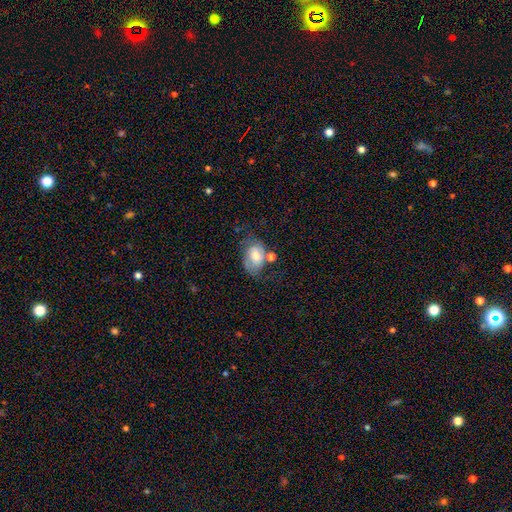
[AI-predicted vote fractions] A smooth galaxy with no disk features (55%) that is in between round and cigar-shaped (80%).

Vote fractions:
- Smooth or featured? smooth: 55% / featured or disk: 37% / star or artifact: 9%
- How rounded? in between: 80% / round: 19% / cigar-shaped: 1%
- Merging? none: 41% / minor disturbance: 27% / major disturbance: 17% / merger: 16%